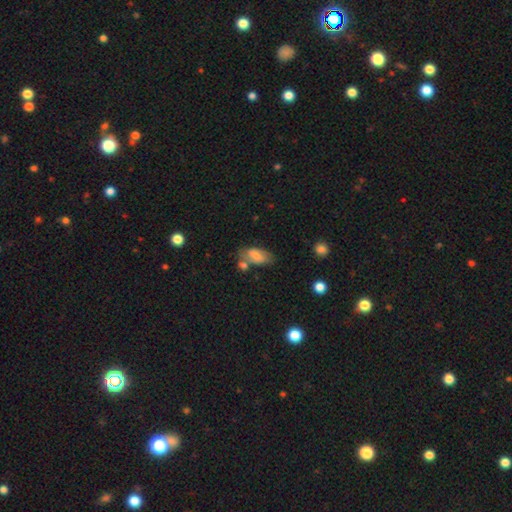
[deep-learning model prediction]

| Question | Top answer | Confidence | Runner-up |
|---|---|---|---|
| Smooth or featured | smooth | 73% | featured or disk (18%) |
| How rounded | in between | 91% | round (4%) |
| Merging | none | 49% | minor disturbance (23%) |